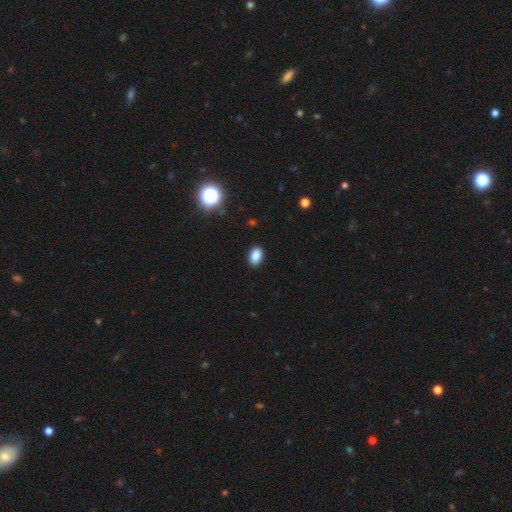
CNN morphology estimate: smooth 85%, star or artifact 10%, featured or disk 4%. Down the decision tree: how rounded — in between (86%); merging — none (90%).